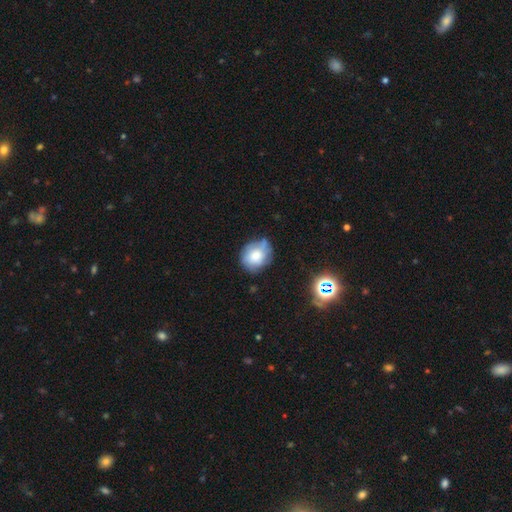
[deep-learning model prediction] This appears to be a smooth galaxy with no disk features (60%) that is round (71%). Merging: none (61%).